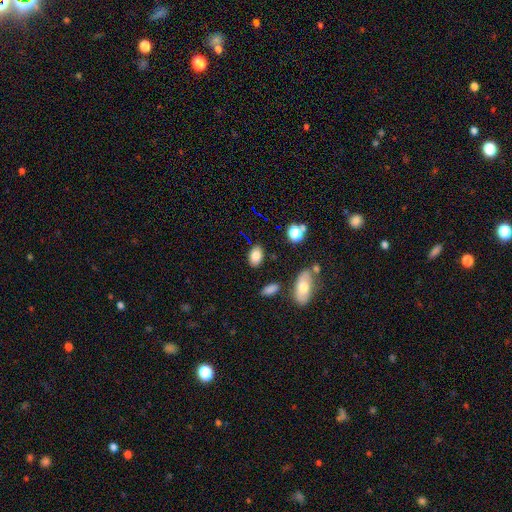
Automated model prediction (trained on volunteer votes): Smooth or featured? smooth (82%)
How rounded? in between (87%)
Merging? none (81%)